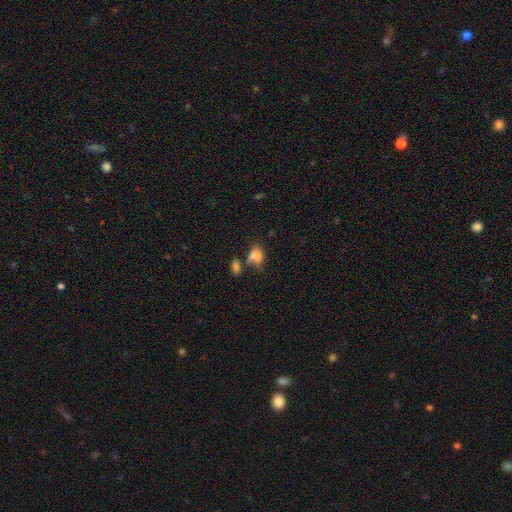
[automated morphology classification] Smooth or featured? smooth (75%)
How rounded? in between (75%)
Merging? merger (32%)